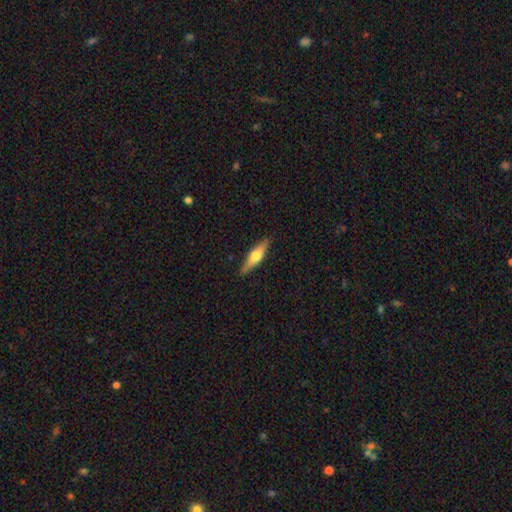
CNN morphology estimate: Smooth or featured: smooth — 51% (featured or disk — 44%)
How rounded: cigar-shaped — 64% (in between — 34%)
Merging: none — 87% (minor disturbance — 10%)